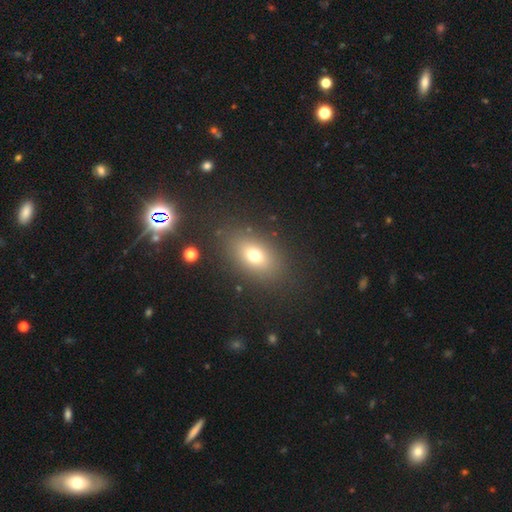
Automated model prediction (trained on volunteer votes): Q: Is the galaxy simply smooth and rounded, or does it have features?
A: smooth — 63%.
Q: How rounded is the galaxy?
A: in between — 75%.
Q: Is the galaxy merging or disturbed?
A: none — 86%.